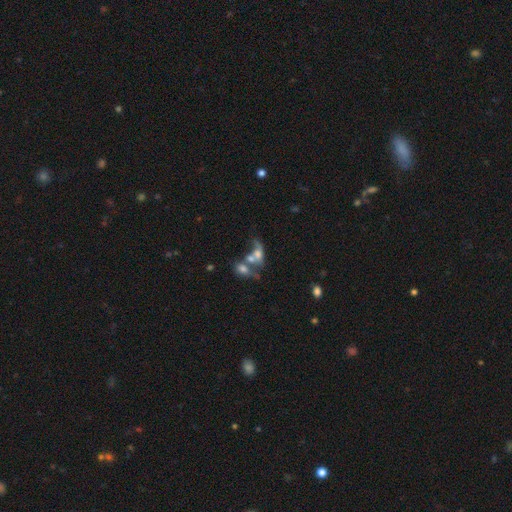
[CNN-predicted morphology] Smooth or featured: smooth — 48% (featured or disk — 38%)
Merging: merger — 63% (major disturbance — 15%)